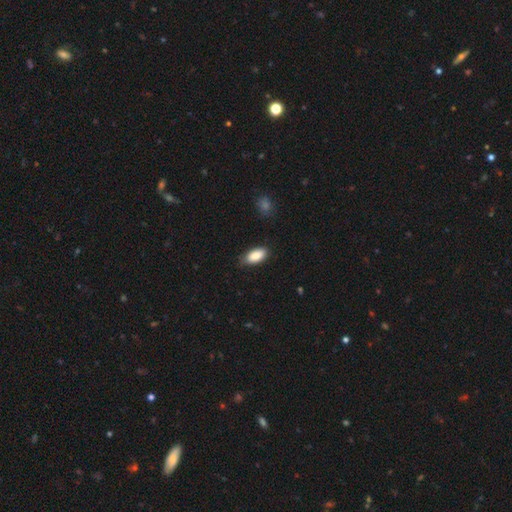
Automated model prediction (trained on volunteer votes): Smooth or featured: smooth — 88% (star or artifact — 6%)
How rounded: in between — 91% (cigar-shaped — 7%)
Merging: none — 79% (minor disturbance — 17%)